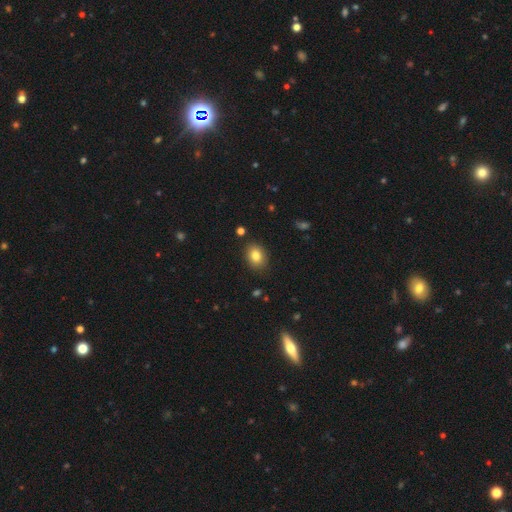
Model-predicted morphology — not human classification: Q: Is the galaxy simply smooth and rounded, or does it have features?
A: smooth — 82%.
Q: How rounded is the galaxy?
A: in between — 67%.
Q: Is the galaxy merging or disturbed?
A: none — 86%.